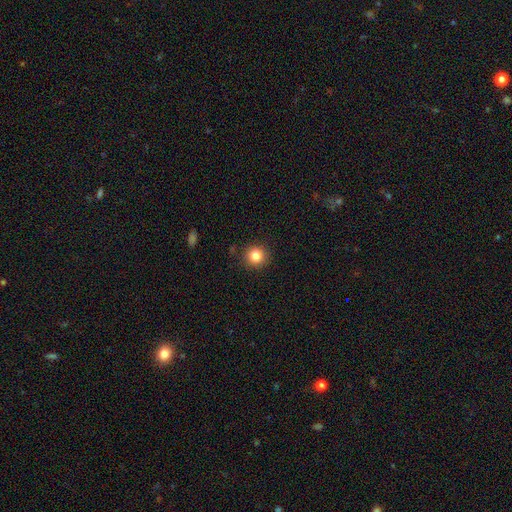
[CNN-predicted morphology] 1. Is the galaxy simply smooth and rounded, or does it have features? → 83% smooth, 11% star or artifact, 6% featured or disk.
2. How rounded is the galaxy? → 93% round, 6% in between, 1% cigar-shaped.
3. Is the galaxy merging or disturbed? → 90% none, 6% minor disturbance, 2% major disturbance, 1% merger.